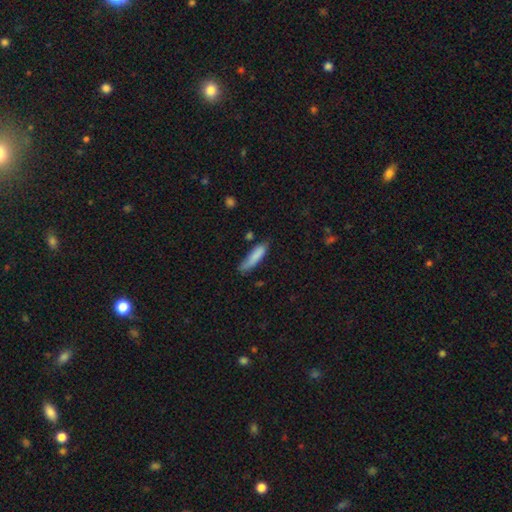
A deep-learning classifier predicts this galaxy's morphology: A smooth galaxy with no disk features (83%) that is cigar-shaped (76%).

Vote fractions:
- Smooth or featured? smooth: 83% / featured or disk: 10% / star or artifact: 6%
- How rounded? cigar-shaped: 76% / in between: 22% / round: 1%
- Merging? none: 61% / minor disturbance: 28% / major disturbance: 7% / merger: 4%